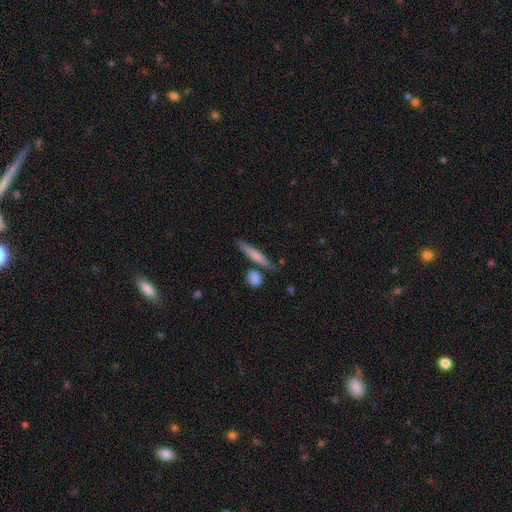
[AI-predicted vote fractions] smooth_or_featured: smooth (p=0.66) [alt: featured or disk p=0.28]
how_rounded: cigar-shaped (p=0.87) [alt: in between p=0.10]
merging: none (p=0.75) [alt: minor disturbance p=0.13]